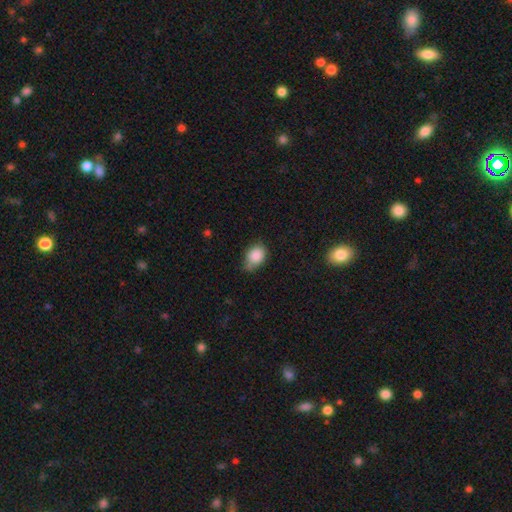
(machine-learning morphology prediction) Overall: smooth (86%). How rounded: in between (69%; round 30%). Merging: none (54%; minor disturbance 36%).